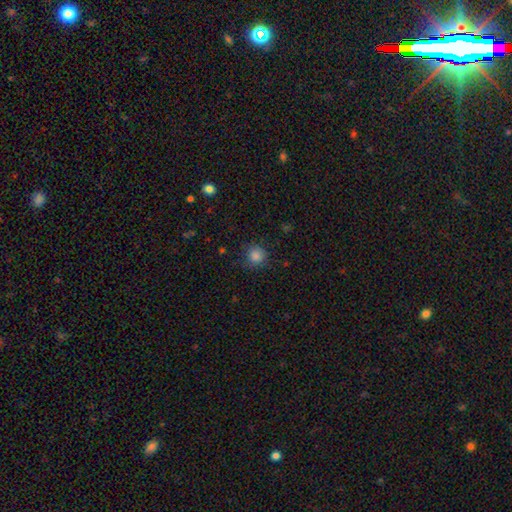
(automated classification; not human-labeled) A smooth galaxy with no disk features (85%) that is round (92%).

Vote fractions:
- Smooth or featured? smooth: 85% / star or artifact: 12% / featured or disk: 4%
- How rounded? round: 92% / in between: 7% / cigar-shaped: 1%
- Merging? none: 83% / minor disturbance: 12% / major disturbance: 4% / merger: 1%